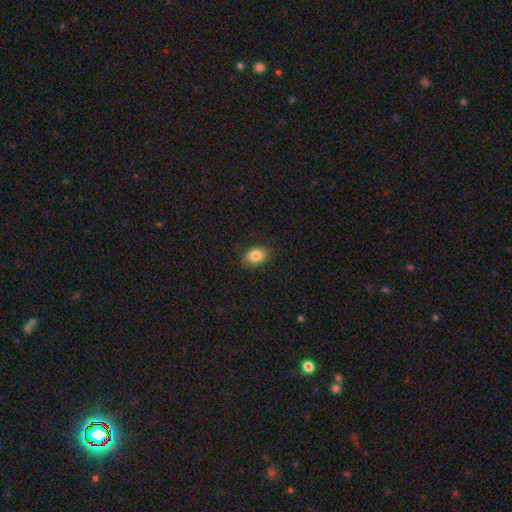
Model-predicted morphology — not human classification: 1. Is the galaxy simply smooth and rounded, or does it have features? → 86% smooth, 9% star or artifact, 5% featured or disk.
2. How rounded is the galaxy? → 77% in between, 22% round, 1% cigar-shaped.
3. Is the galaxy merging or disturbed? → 86% none, 10% minor disturbance, 2% major disturbance, 1% merger.